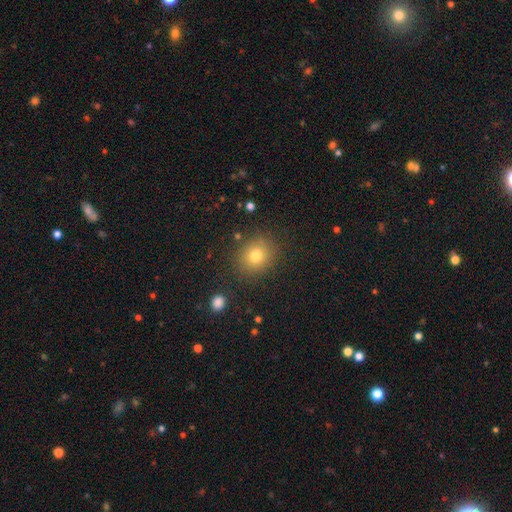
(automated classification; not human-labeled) A smooth galaxy with no disk features (75%) that is round (74%).

Vote fractions:
- Smooth or featured? smooth: 75% / star or artifact: 15% / featured or disk: 10%
- How rounded? round: 74% / in between: 25% / cigar-shaped: 1%
- Merging? none: 86% / minor disturbance: 9% / major disturbance: 3% / merger: 2%